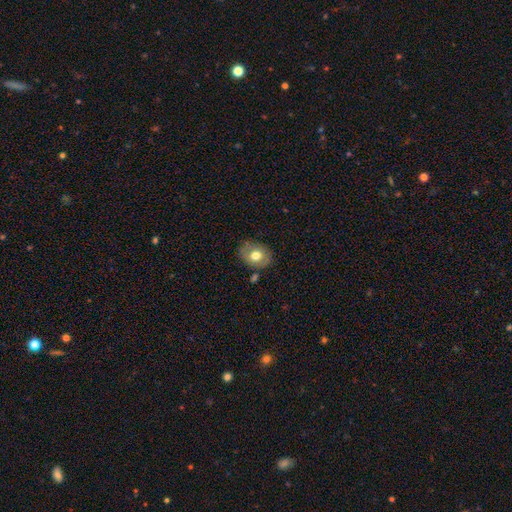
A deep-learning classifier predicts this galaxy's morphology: Smooth or featured: smooth — 68% (featured or disk — 25%)
How rounded: in between — 64% (round — 35%)
Merging: none — 78% (minor disturbance — 15%)